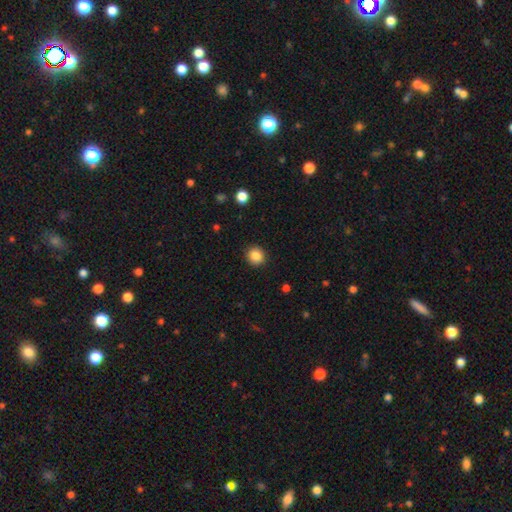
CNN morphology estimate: Smooth or featured? Predicted: smooth (p=0.86). How rounded? Predicted: round (p=0.91). Merging? Predicted: none (p=0.92).